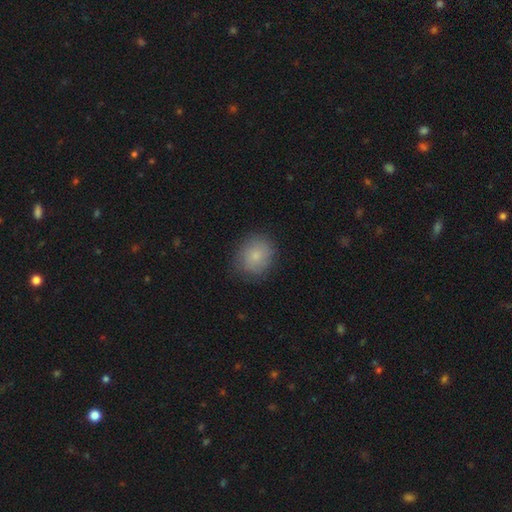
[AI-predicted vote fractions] A smooth galaxy with no disk features (82%) that is round (73%).

Vote fractions:
- Smooth or featured? smooth: 82% / featured or disk: 9% / star or artifact: 9%
- How rounded? round: 73% / in between: 26% / cigar-shaped: 1%
- Merging? none: 81% / minor disturbance: 14% / major disturbance: 4% / merger: 1%